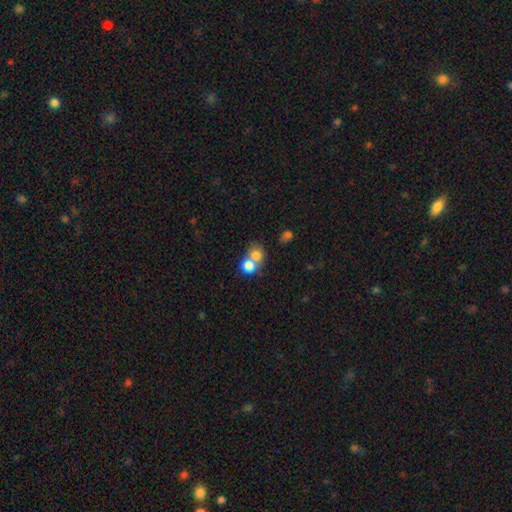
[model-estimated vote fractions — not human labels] Smooth or featured: smooth — 76% (featured or disk — 14%)
How rounded: round — 73% (in between — 26%)
Merging: merger — 65% (none — 27%)